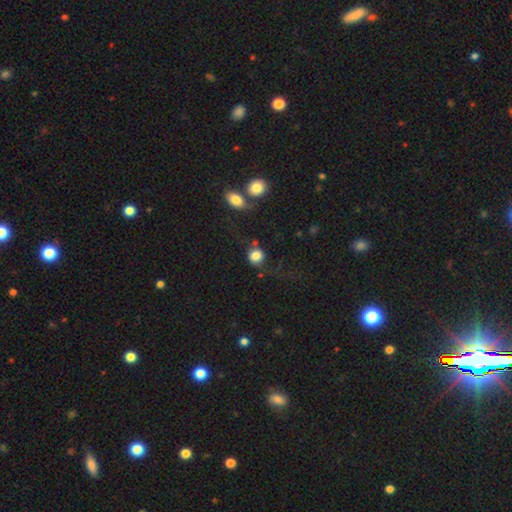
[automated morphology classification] Smooth or featured? smooth (83%)
How rounded? round (82%)
Merging? none (55%)